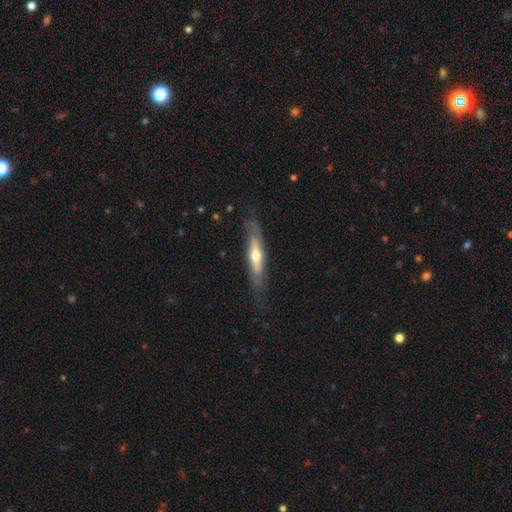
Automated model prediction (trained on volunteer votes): The model was most divided on "smooth or featured": featured or disk: 53%, smooth: 42%, star or artifact: 5%. More confident: edge-on disk — yes (75%); merging — none (71%).